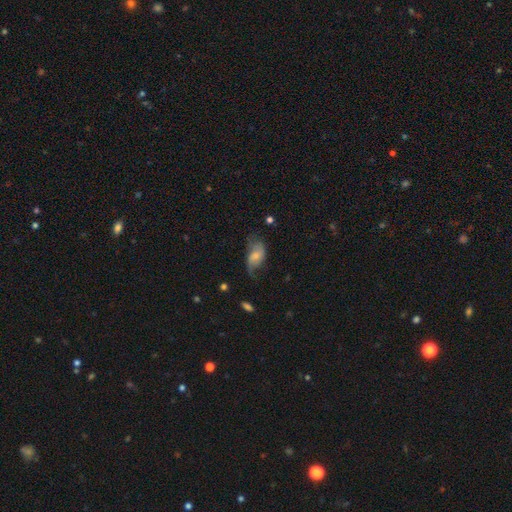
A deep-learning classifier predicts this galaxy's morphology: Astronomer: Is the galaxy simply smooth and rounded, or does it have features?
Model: featured or disk — 47% (runner-up: smooth, 45%).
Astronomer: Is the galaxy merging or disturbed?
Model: none — 45% (runner-up: minor disturbance, 32%).